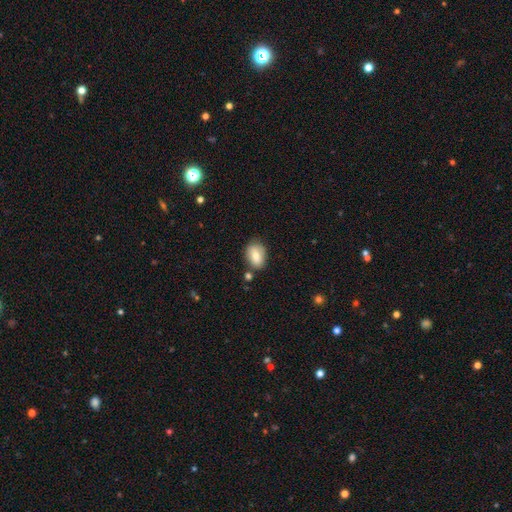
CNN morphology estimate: This is likely a smooth galaxy (74%). How rounded: likely in between (80%). Merging: likely none (73%).